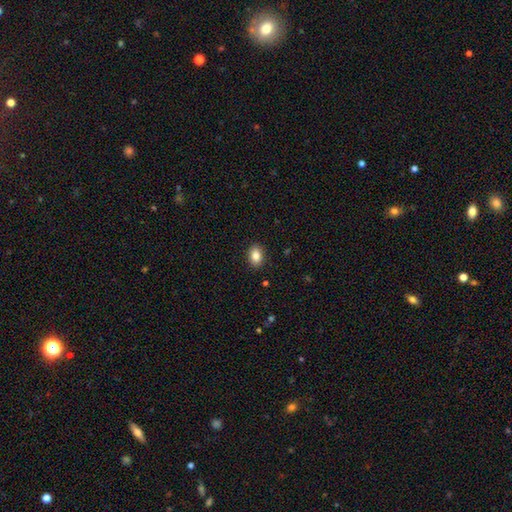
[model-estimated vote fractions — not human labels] smooth_or_featured: smooth (p=0.85) [alt: star or artifact p=0.08]
how_rounded: in between (p=0.80) [alt: round p=0.19]
merging: none (p=0.90) [alt: minor disturbance p=0.07]